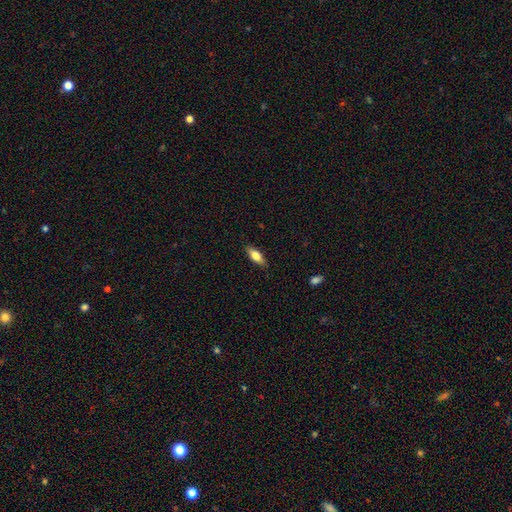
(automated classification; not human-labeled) This appears to be a smooth galaxy with no disk features (71%) that is in between round and cigar-shaped (67%). Merging: none (86%).